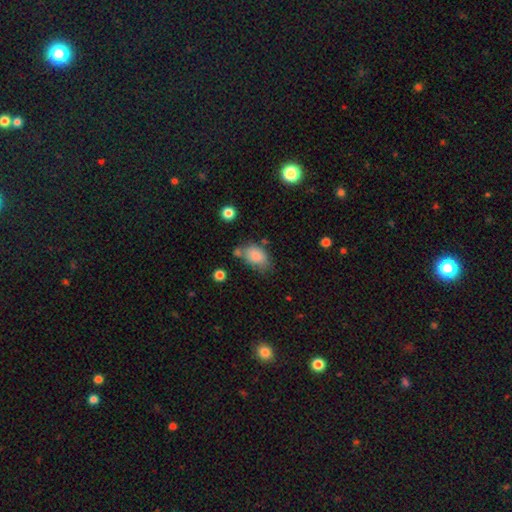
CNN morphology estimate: Overall: smooth (83%). How rounded: in between (87%). Merging: none (52%; minor disturbance 26%).